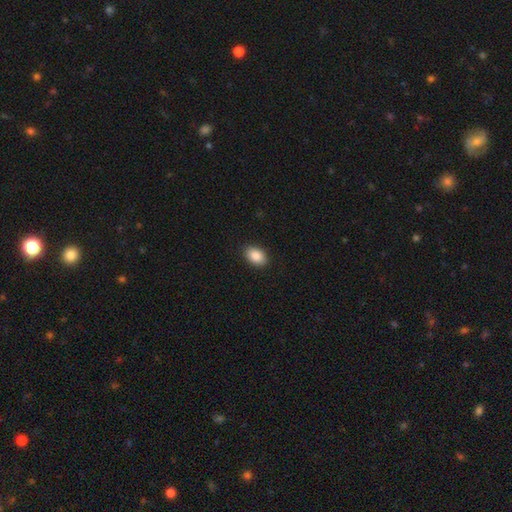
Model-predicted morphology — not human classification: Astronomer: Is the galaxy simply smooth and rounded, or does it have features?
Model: smooth — 89%.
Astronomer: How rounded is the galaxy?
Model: in between — 85%.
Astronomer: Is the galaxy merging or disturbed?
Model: none — 90%.